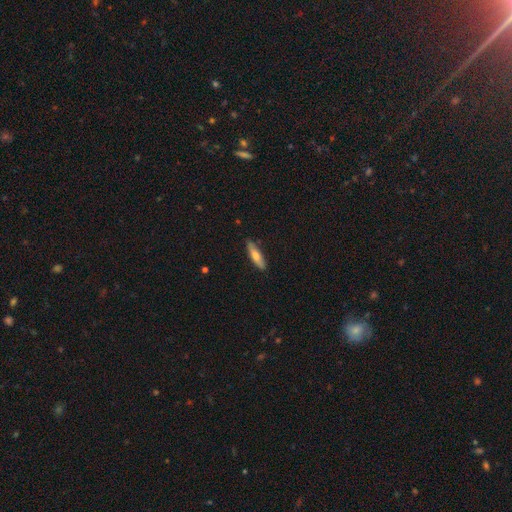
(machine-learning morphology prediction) A smooth galaxy with no disk features (63%) that is cigar-shaped (73%).

Vote fractions:
- Smooth or featured? smooth: 63% / featured or disk: 32% / star or artifact: 6%
- How rounded? cigar-shaped: 73% / in between: 25% / round: 2%
- Merging? none: 85% / minor disturbance: 12% / major disturbance: 2% / merger: 1%